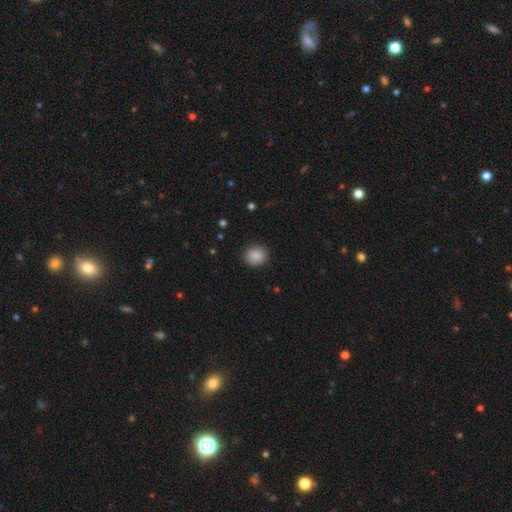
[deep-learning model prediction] Morphology: type=smooth (88%); roundness=round (68%); merging=none (89%).